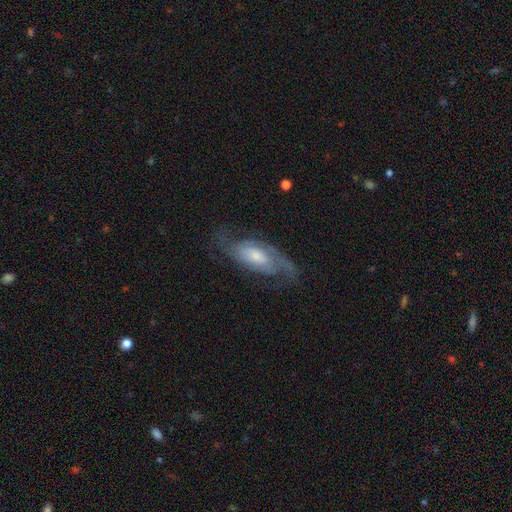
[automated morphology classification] This appears to be a featured or disk galaxy (77%) with no bar (59%), 2 (72%) medium (47%) spiral arms (93%) and a moderate central bulge (44%). Merging: none (66%).